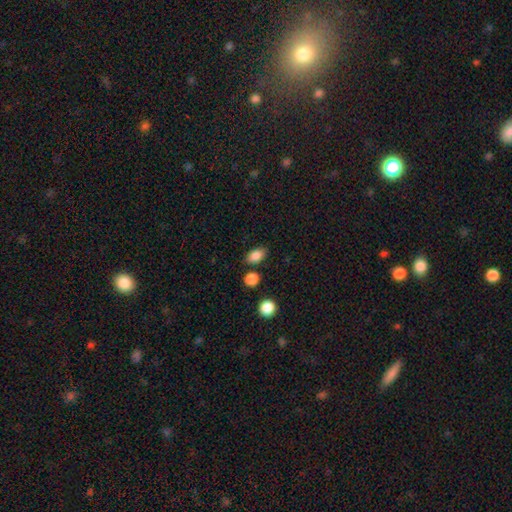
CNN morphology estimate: smooth-or-featured: smooth: 86% | star or artifact: 9% | featured or disk: 5%
  how-rounded: in between: 84% | round: 14% | cigar-shaped: 2%
  merging: none: 79% | minor disturbance: 12% | merger: 7% | major disturbance: 3%